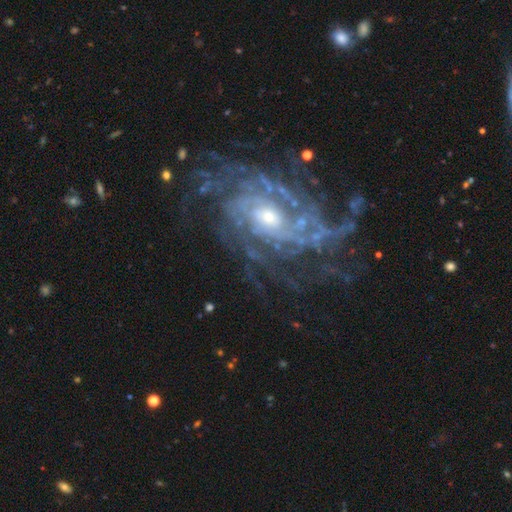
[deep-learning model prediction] This is clearly a featured or disk galaxy (90%). It is clearly not viewed edge-on (97%). Bar: likely no (62%). Spiral arm pattern: clearly yes (97%). Spiral arm count: marginally can't tell (26%). Spiral winding: likely tight (65%). Central bulge: possibly moderate (50%). Merging: likely none (72%).